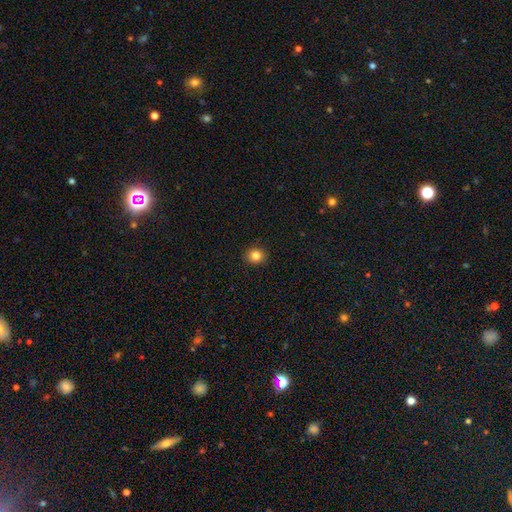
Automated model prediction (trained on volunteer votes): Smooth or featured?
  - smooth: 84% *
  - star or artifact: 11%
  - featured or disk: 5%
How rounded?
  - round: 85% *
  - in between: 15%
  - cigar-shaped: 1%
Merging?
  - none: 92% *
  - minor disturbance: 5%
  - major disturbance: 2%
  - merger: 1%